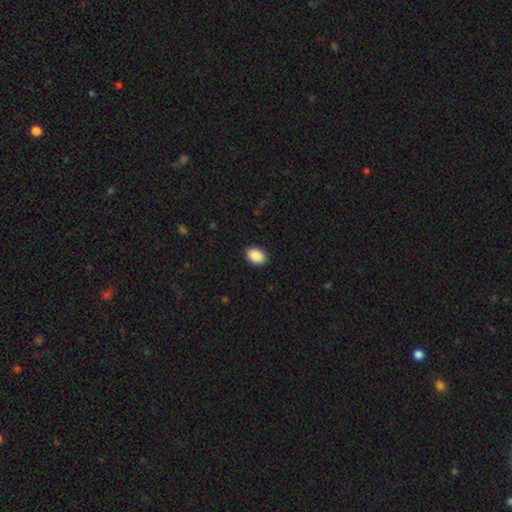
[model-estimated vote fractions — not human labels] Smooth or featured: smooth — 89% (star or artifact — 7%)
How rounded: in between — 82% (round — 17%)
Merging: none — 90% (minor disturbance — 7%)